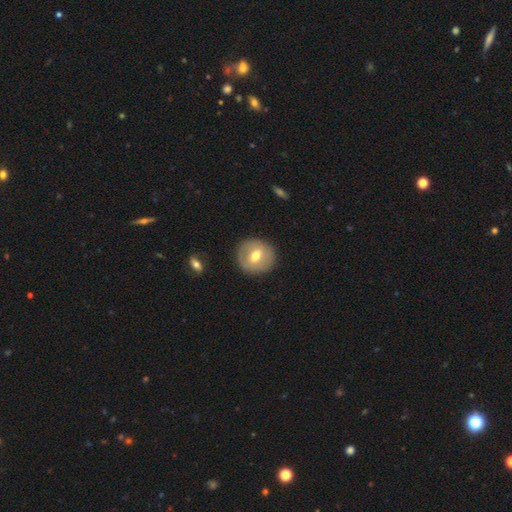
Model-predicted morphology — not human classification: This appears to be a smooth galaxy with no disk features (55%) that is round (89%). Merging: none (87%).